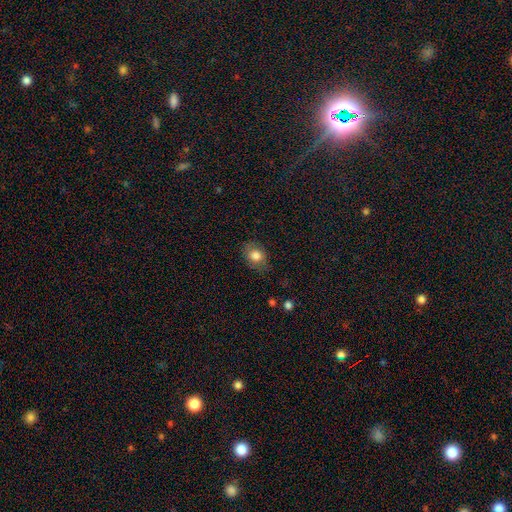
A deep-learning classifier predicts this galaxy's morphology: Smooth or featured? smooth (79%)
How rounded? in between (62%)
Merging? none (75%)